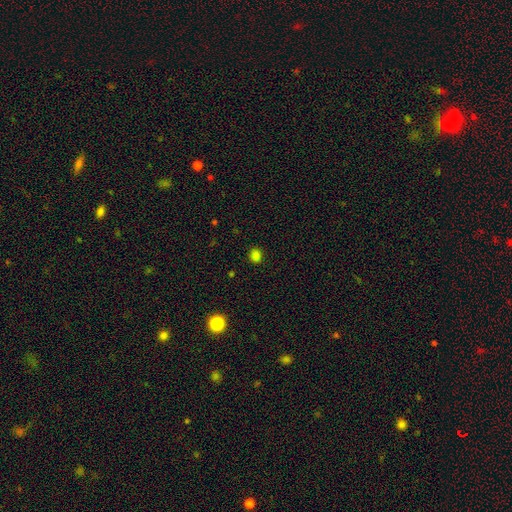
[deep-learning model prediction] smooth 81%, star or artifact 16%, featured or disk 3%. Down the decision tree: how rounded — round (70%); merging — none (90%).